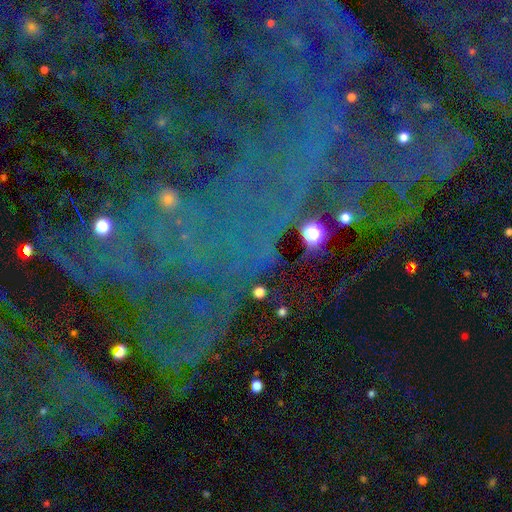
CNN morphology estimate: smooth_or_featured: star or artifact (p=0.81) [alt: featured or disk p=0.10]